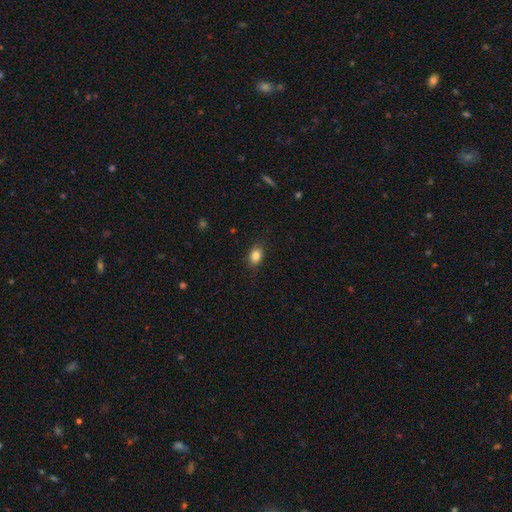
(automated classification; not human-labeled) Smooth or featured?
  - smooth: 85% *
  - star or artifact: 9%
  - featured or disk: 6%
How rounded?
  - in between: 73% *
  - round: 26%
  - cigar-shaped: 2%
Merging?
  - none: 86% *
  - minor disturbance: 11%
  - major disturbance: 3%
  - merger: 1%